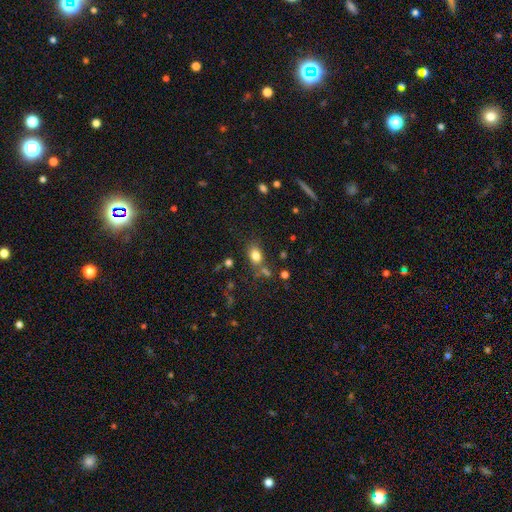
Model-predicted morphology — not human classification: Smooth or featured? smooth (80%)
How rounded? in between (69%)
Merging? none (68%)